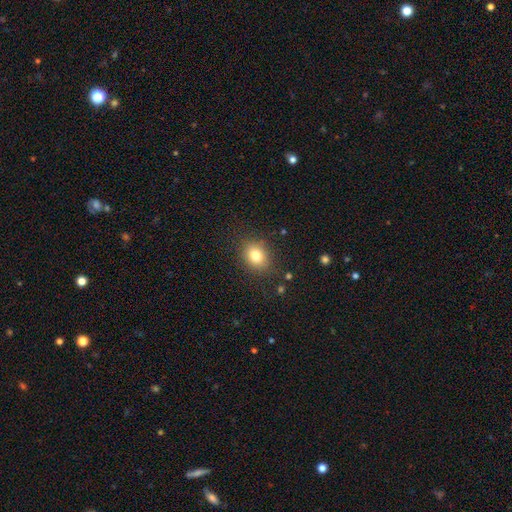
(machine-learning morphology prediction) This is likely a smooth galaxy (79%). How rounded: possibly round (55%). Merging: clearly none (85%).